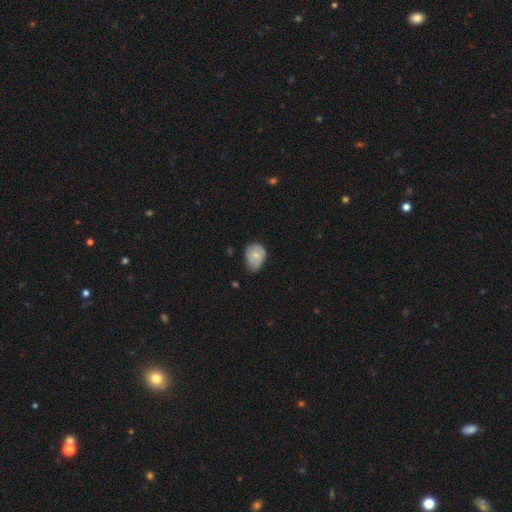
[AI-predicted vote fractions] Smooth or featured?
  - smooth: 65% *
  - featured or disk: 28%
  - star or artifact: 7%
How rounded?
  - in between: 63% *
  - round: 36%
  - cigar-shaped: 1%
Merging?
  - minor disturbance: 46% *
  - none: 43%
  - major disturbance: 9%
  - merger: 2%